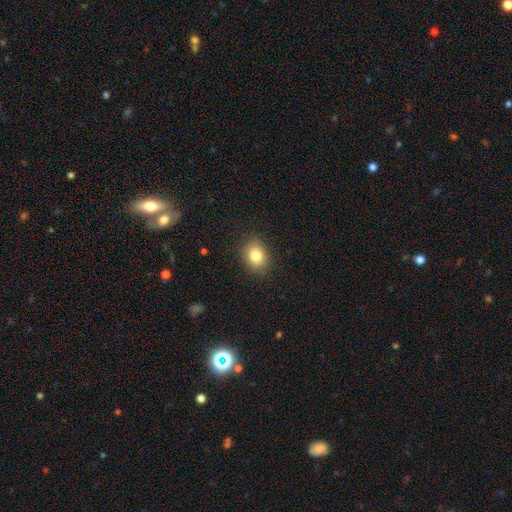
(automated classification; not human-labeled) Smooth or featured? smooth (82%)
How rounded? in between (55%)
Merging? none (87%)